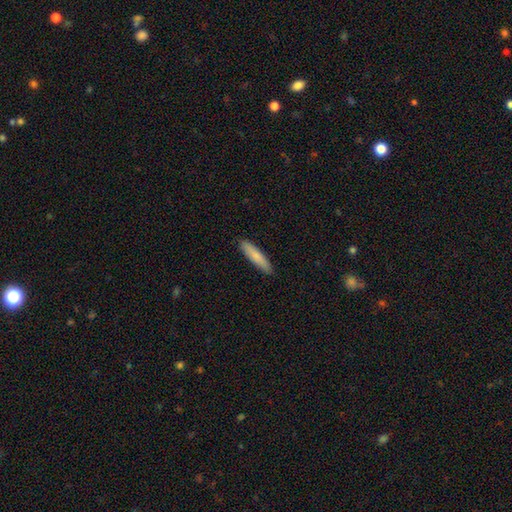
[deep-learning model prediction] This is likely a smooth galaxy (78%). How rounded: clearly cigar-shaped (85%). Merging: clearly none (89%).